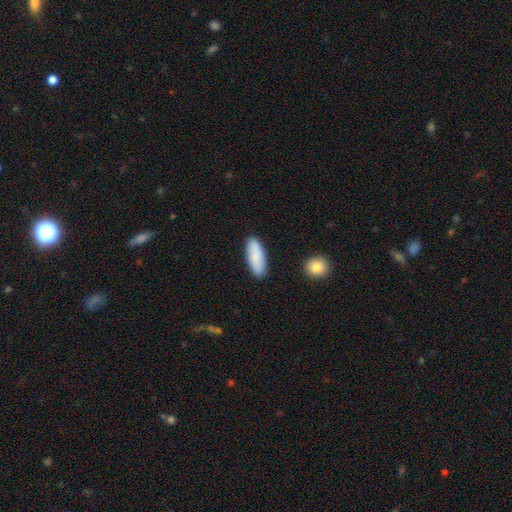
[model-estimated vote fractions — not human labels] The model was most divided on "how rounded": in between: 70%, cigar-shaped: 28%, round: 2%. More confident: merging — none (87%); smooth or featured — smooth (82%).